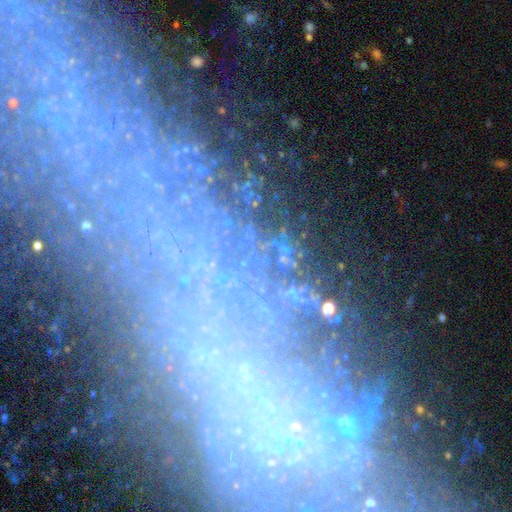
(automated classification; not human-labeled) smooth_or_featured: star or artifact (p=0.60) [alt: featured or disk p=0.25]